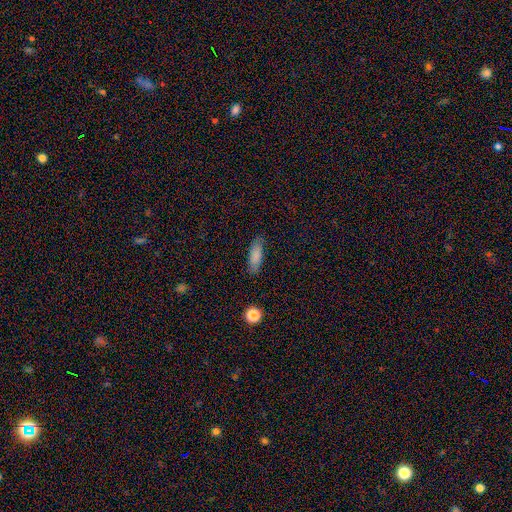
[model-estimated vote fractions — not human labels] A smooth galaxy with no disk features (82%) that is in between round and cigar-shaped (58%).

Vote fractions:
- Smooth or featured? smooth: 82% / featured or disk: 10% / star or artifact: 8%
- How rounded? in between: 58% / cigar-shaped: 40% / round: 2%
- Merging? none: 83% / minor disturbance: 12% / major disturbance: 3% / merger: 1%